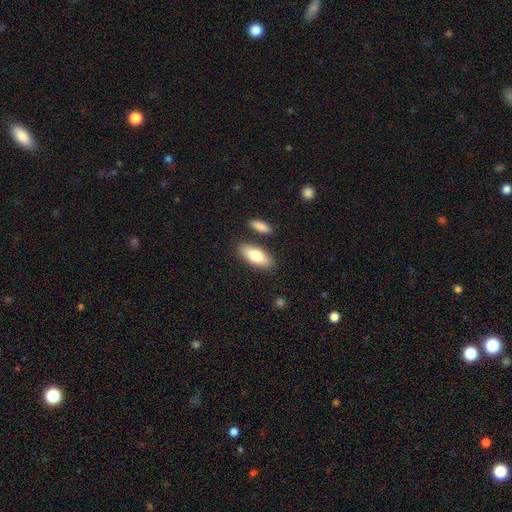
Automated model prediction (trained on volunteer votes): This is likely a smooth galaxy (80%). How rounded: clearly in between (80%). Merging: clearly none (81%).